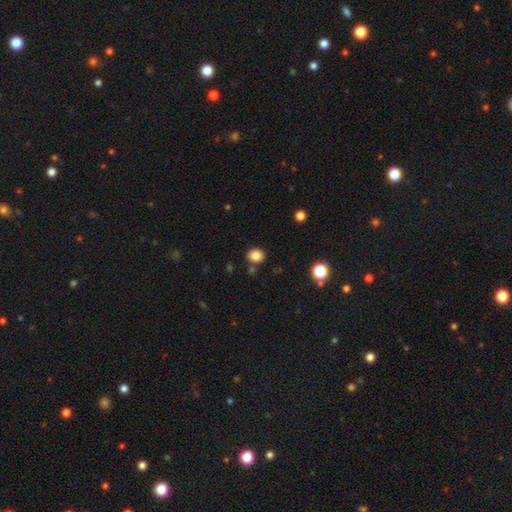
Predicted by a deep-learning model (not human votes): smooth-or-featured: smooth: 84% | star or artifact: 11% | featured or disk: 5%
  how-rounded: round: 74% | in between: 26% | cigar-shaped: 1%
  merging: none: 83% | minor disturbance: 8% | merger: 6% | major disturbance: 2%